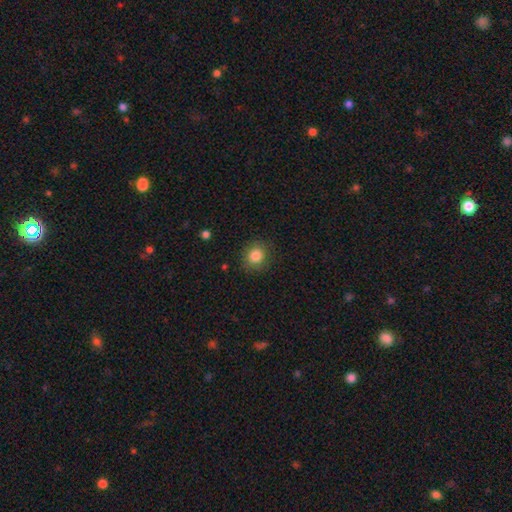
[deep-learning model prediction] A smooth galaxy with no disk features (84%) that is round (81%).

Vote fractions:
- Smooth or featured? smooth: 84% / star or artifact: 11% / featured or disk: 6%
- How rounded? round: 81% / in between: 18% / cigar-shaped: 1%
- Merging? none: 87% / minor disturbance: 9% / major disturbance: 3% / merger: 1%